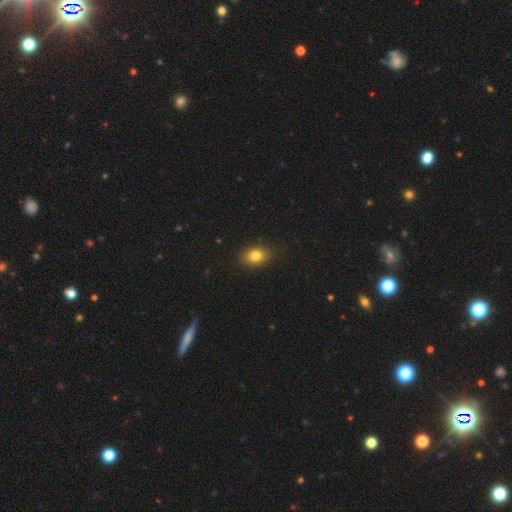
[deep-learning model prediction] A smooth galaxy with no disk features (81%) that is in between round and cigar-shaped (68%). Merging: none (87%).